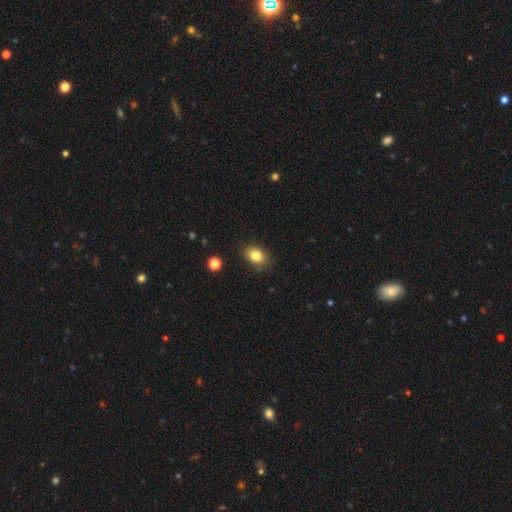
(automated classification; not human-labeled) The model was most divided on "how rounded": in between: 71%, round: 28%, cigar-shaped: 1%. More confident: merging — none (83%); smooth or featured — smooth (83%).